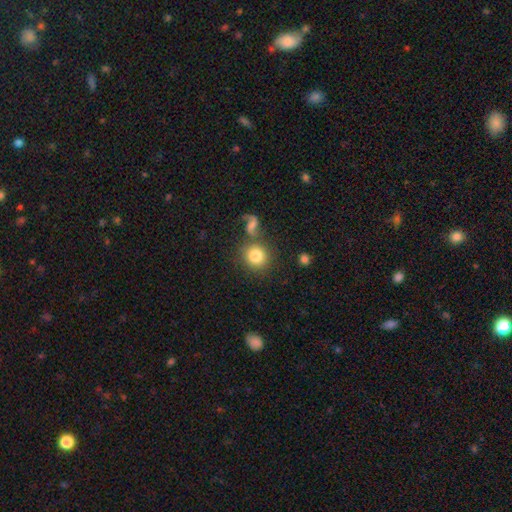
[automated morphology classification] Smooth or featured? smooth (81%)
How rounded? round (89%)
Merging? none (67%)